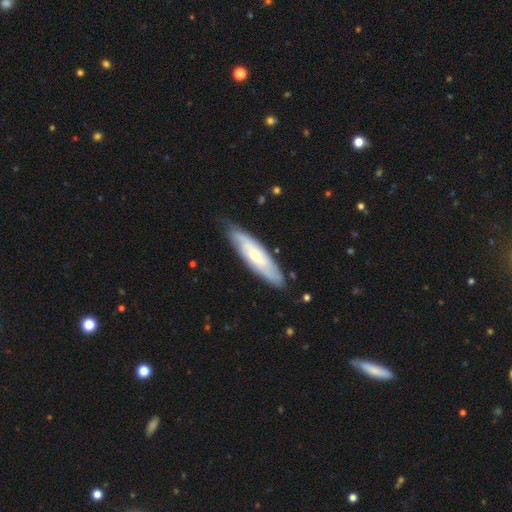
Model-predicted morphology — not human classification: This appears to be a featured or disk galaxy (58%). Merging: none (79%).